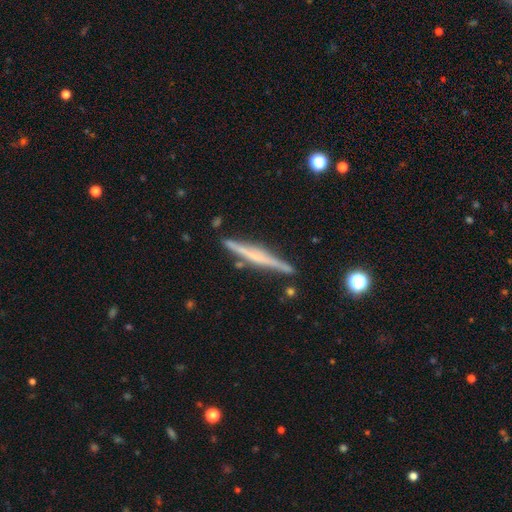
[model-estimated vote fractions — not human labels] The model was most divided on "edge-on bulge": rounded: 40%, none: 39%, boxy: 21%. More confident: edge-on disk — yes (98%); merging — none (85%); smooth or featured — featured or disk (69%).